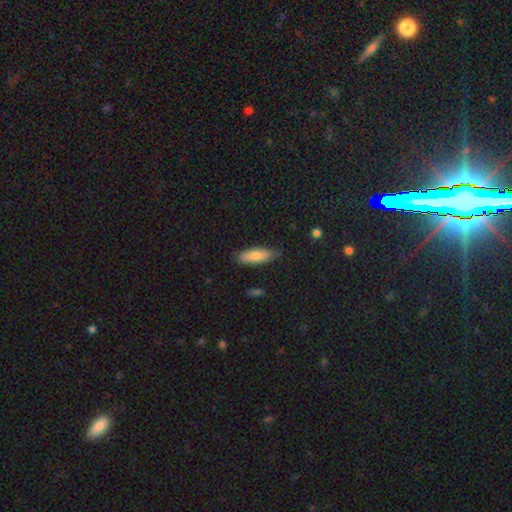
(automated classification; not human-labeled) Overall: smooth (83%). How rounded: in between (58%; cigar-shaped 41%). Merging: none (78%).